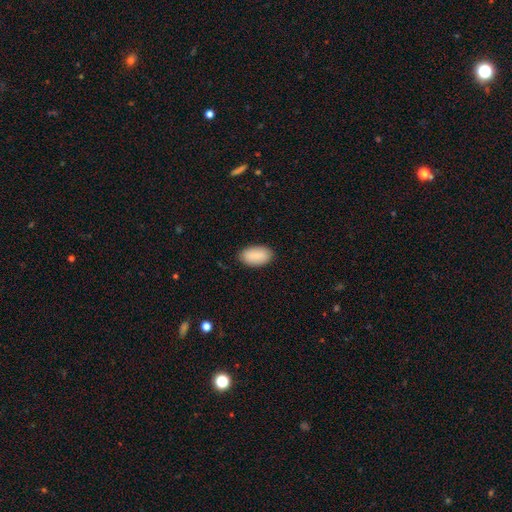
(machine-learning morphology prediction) type=smooth (89%); roundness=in between (95%); merging=none (87%).